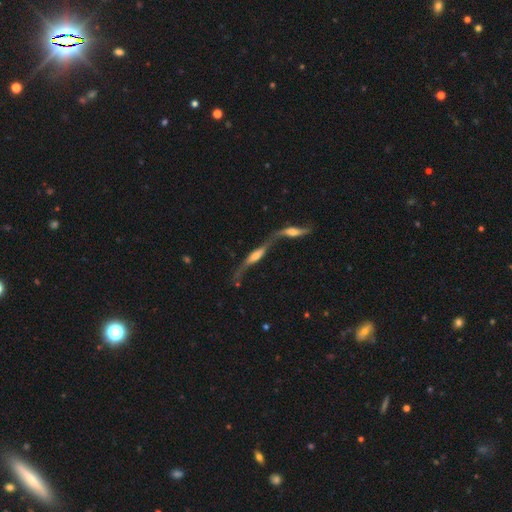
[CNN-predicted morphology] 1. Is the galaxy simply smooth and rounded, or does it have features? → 66% featured or disk, 27% smooth, 8% star or artifact.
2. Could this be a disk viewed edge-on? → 67% yes, 33% no.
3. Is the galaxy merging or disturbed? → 66% merger, 16% none, 9% major disturbance, 8% minor disturbance.